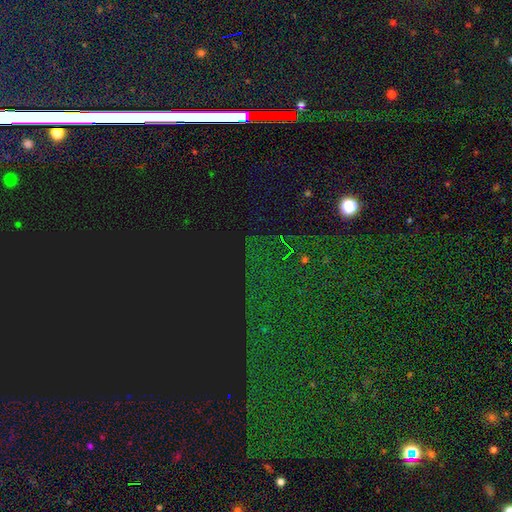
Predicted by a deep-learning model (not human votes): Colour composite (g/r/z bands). It shows a star or artifact, not a galaxy (84%).